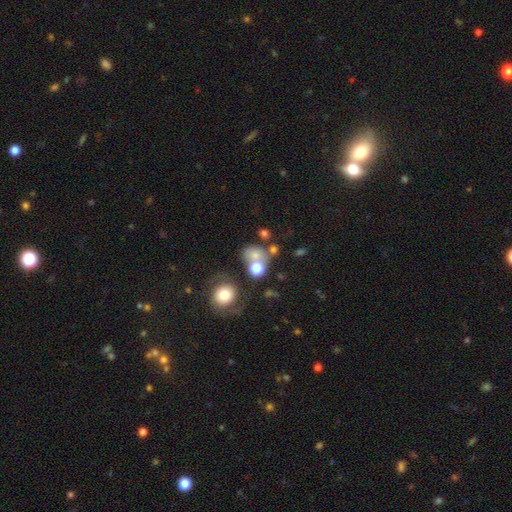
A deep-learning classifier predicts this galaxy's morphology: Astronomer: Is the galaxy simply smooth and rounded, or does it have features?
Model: smooth — 67%.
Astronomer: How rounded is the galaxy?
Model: round — 58% (runner-up: in between, 40%).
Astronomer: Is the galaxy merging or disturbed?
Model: none — 43% (runner-up: merger, 30%).